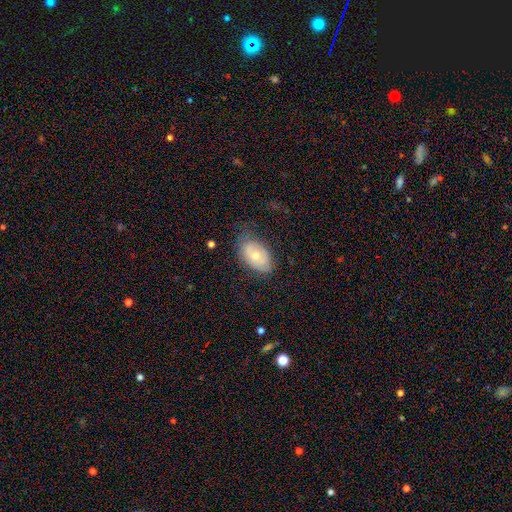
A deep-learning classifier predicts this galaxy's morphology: This appears to be a smooth galaxy with no disk features (55%) that is in between round and cigar-shaped (90%). Merging: none (62%).